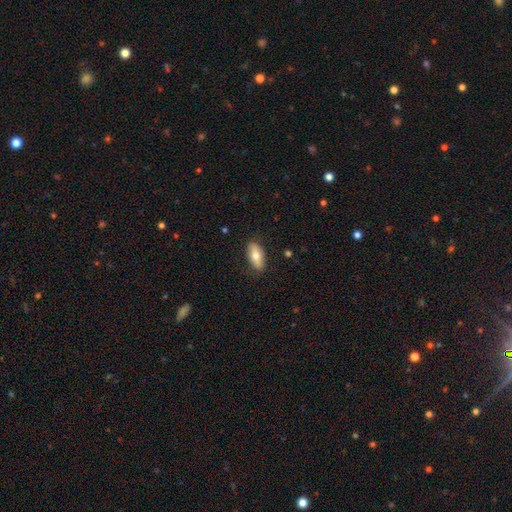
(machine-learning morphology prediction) Smooth or featured? Predicted: smooth (p=0.72). How rounded? Predicted: in between (p=0.84). Merging? Predicted: none (p=0.83).